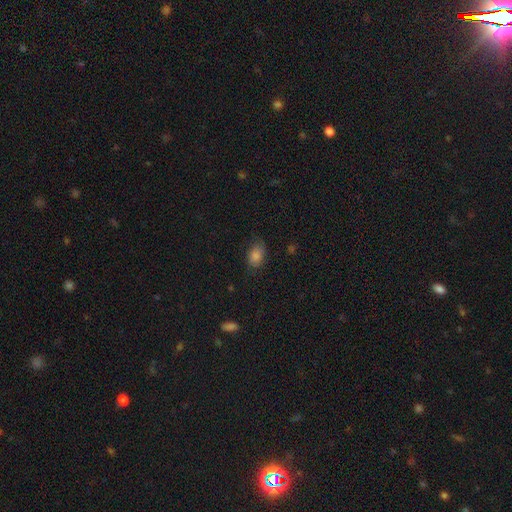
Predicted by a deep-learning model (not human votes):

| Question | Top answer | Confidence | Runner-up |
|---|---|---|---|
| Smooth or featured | smooth | 79% | star or artifact (11%) |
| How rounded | in between | 81% | round (17%) |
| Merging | none | 70% | minor disturbance (22%) |